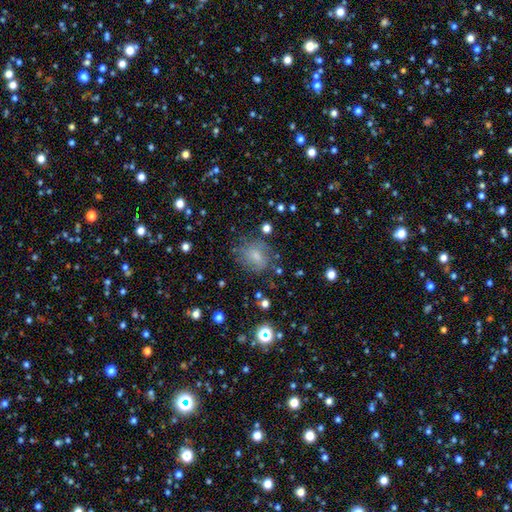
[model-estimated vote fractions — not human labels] Q: Smooth or featured?
A: smooth (61%); runner-up: featured or disk (25%)
Q: How rounded?
A: round (68%); runner-up: in between (31%)
Q: Merging?
A: none (63%); runner-up: minor disturbance (21%)